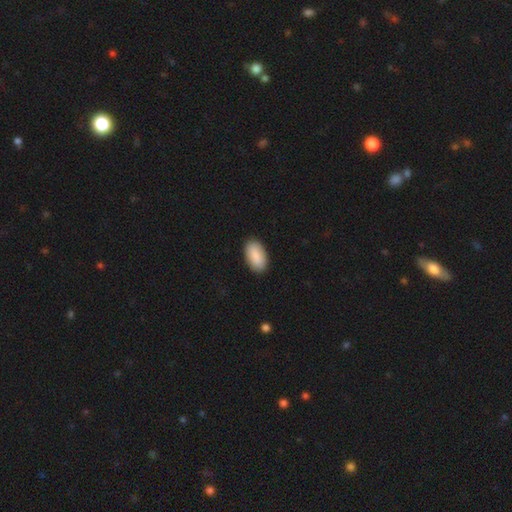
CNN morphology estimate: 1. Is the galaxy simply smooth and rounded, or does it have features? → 90% smooth, 6% star or artifact, 4% featured or disk.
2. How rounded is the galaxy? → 95% in between, 2% round, 2% cigar-shaped.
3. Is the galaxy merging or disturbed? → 89% none, 8% minor disturbance, 2% major disturbance, 1% merger.